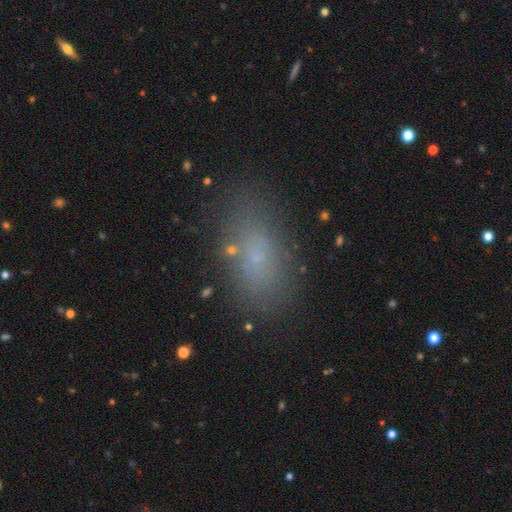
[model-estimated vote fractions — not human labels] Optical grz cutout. It shows a smooth galaxy with no disk features (70%) that is in between round and cigar-shaped (85%). Merging: none (79%).